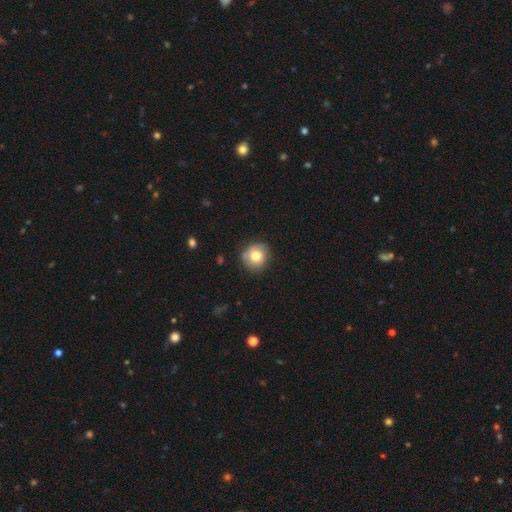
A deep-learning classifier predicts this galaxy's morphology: A smooth galaxy with no disk features (75%) that is round (88%). Merging: none (76%).